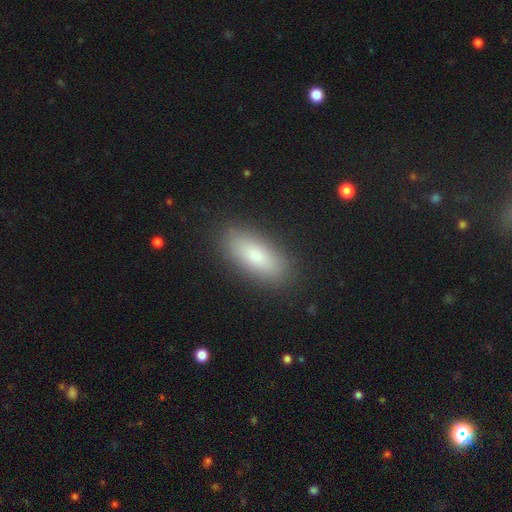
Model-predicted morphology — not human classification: A smooth galaxy with no disk features (76%) that is in between round and cigar-shaped (79%). Merging: none (88%).